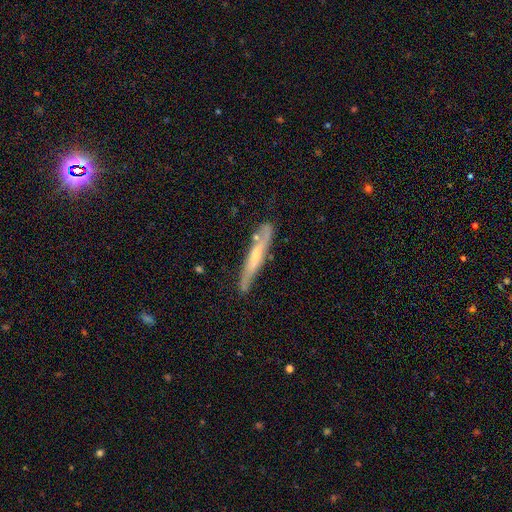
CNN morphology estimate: smooth-or-featured: featured or disk: 58% | smooth: 36% | star or artifact: 6%
  disk-edge-on: yes: 81% | no: 19%
  merging: none: 73% | minor disturbance: 19% | merger: 4% | major disturbance: 4%